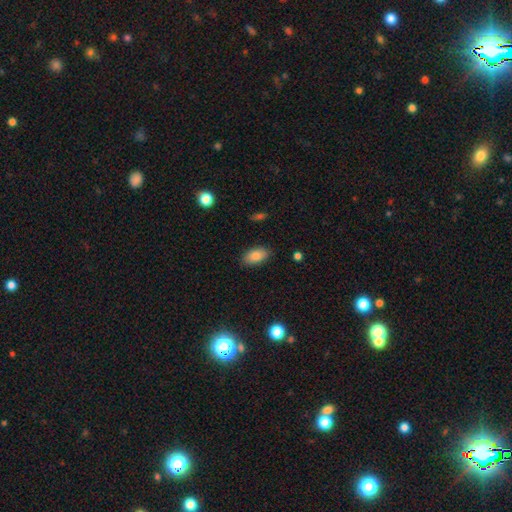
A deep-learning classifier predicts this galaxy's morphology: A smooth galaxy with no disk features (84%) that is in between round and cigar-shaped (93%). Merging: none (86%).